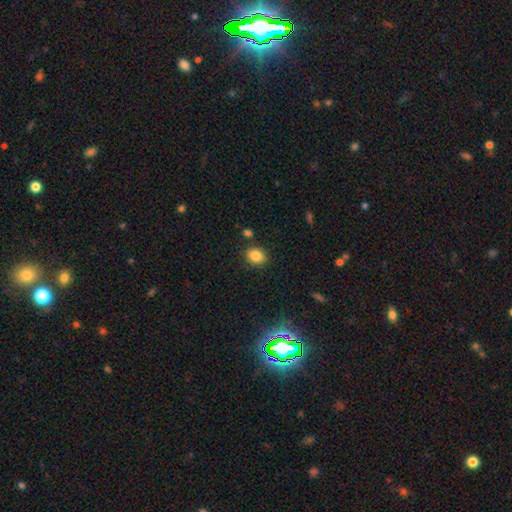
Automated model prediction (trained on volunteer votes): The model was most divided on "how rounded": round: 50%, in between: 49%, cigar-shaped: 1%. More confident: smooth or featured — smooth (85%); merging — none (84%).